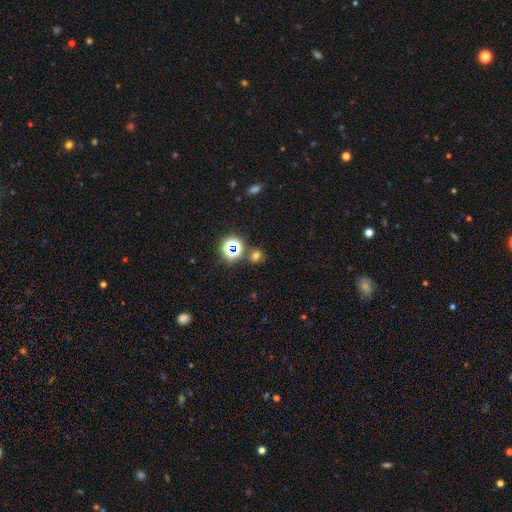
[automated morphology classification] Smooth or featured: smooth — 58% (star or artifact — 35%)
How rounded: round — 75% (in between — 24%)
Merging: none — 76% (minor disturbance — 11%)